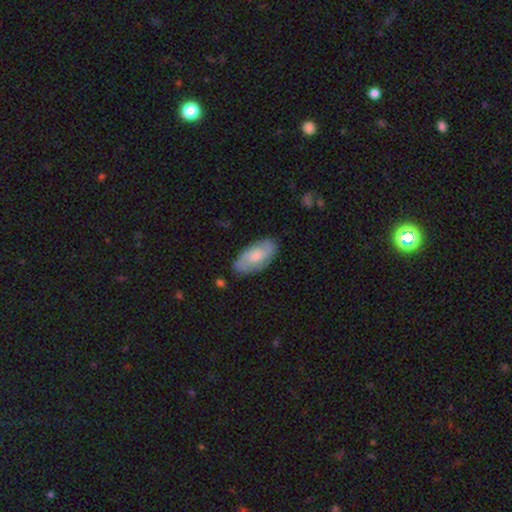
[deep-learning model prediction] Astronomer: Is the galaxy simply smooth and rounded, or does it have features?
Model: featured or disk — 54% (runner-up: smooth, 40%).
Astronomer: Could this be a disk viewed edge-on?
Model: no — 93%.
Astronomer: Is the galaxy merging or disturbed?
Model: none — 77%.